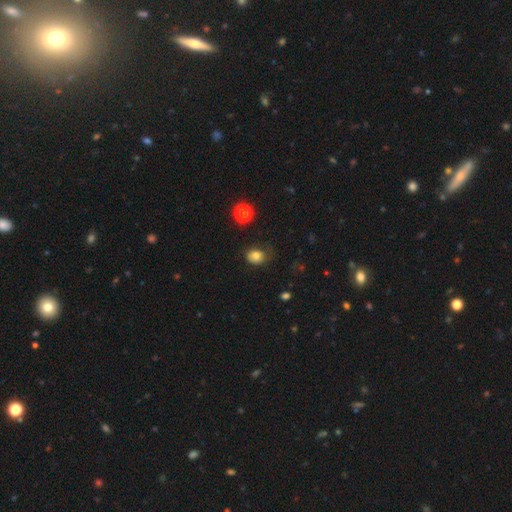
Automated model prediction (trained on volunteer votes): This is clearly a smooth galaxy (80%). How rounded: possibly round (56%). Merging: likely none (61%).